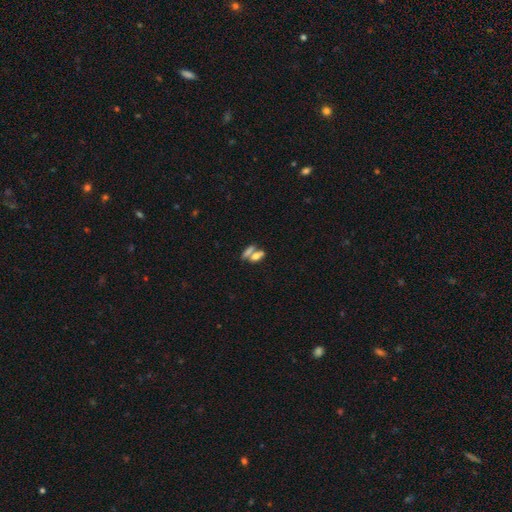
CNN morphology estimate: smooth-or-featured: smooth: 61% | featured or disk: 28% | star or artifact: 11%
  how-rounded: in between: 70% | cigar-shaped: 20% | round: 10%
  merging: merger: 51% | none: 35% | minor disturbance: 9% | major disturbance: 5%